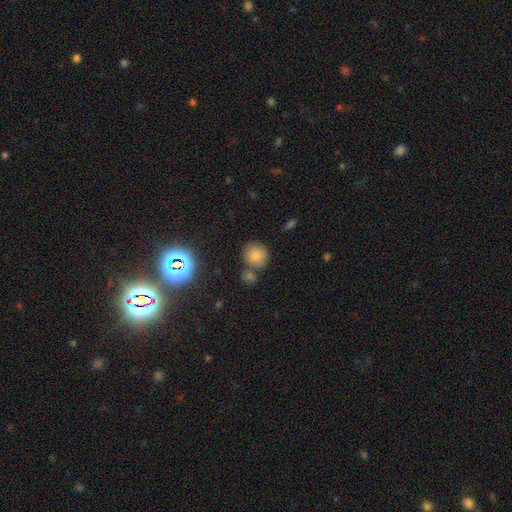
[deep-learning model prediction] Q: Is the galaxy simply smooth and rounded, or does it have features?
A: smooth — 78%.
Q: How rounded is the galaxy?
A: round — 87%.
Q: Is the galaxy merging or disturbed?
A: none — 64%.